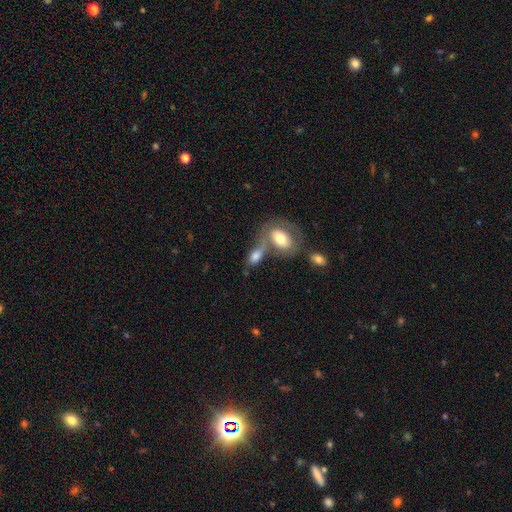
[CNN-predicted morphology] Smooth or featured?
  - smooth: 71% *
  - featured or disk: 21%
  - star or artifact: 8%
How rounded?
  - in between: 83% *
  - cigar-shaped: 9%
  - round: 8%
Merging?
  - merger: 52% *
  - none: 28%
  - minor disturbance: 11%
  - major disturbance: 8%